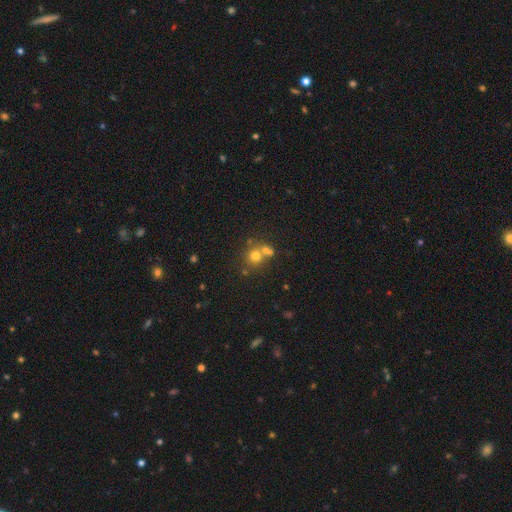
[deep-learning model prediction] Overall: smooth (70%). How rounded: round (86%). Merging: none (48%; merger 42%).